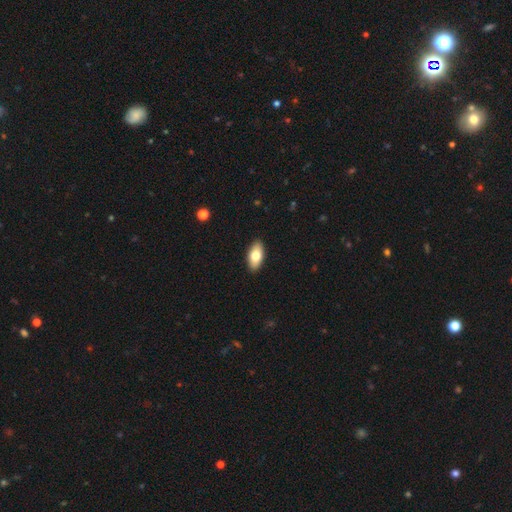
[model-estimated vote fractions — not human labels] Smooth or featured? Predicted: smooth (p=0.76). How rounded? Predicted: in between (p=0.91). Merging? Predicted: none (p=0.90).